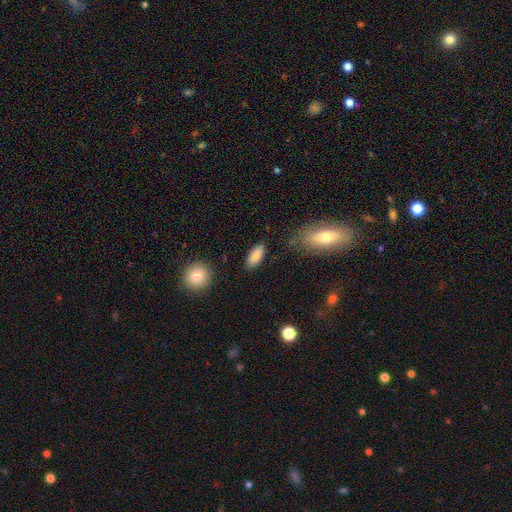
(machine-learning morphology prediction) Smooth or featured? Predicted: smooth (p=0.87). How rounded? Predicted: in between (p=0.86). Merging? Predicted: none (p=0.83).